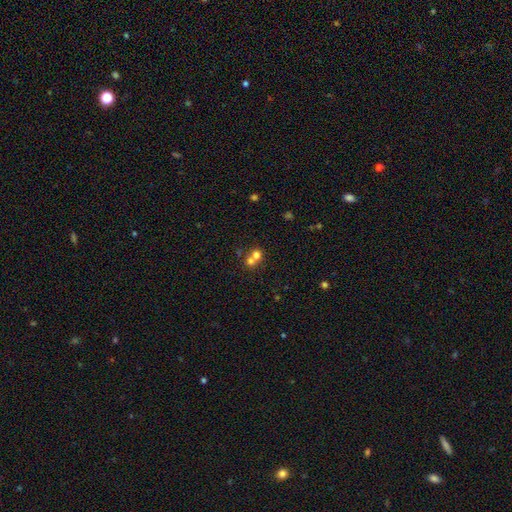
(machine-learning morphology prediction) This appears to be a smooth galaxy with no disk features (67%) that is round (83%). Merging: merger (59%).